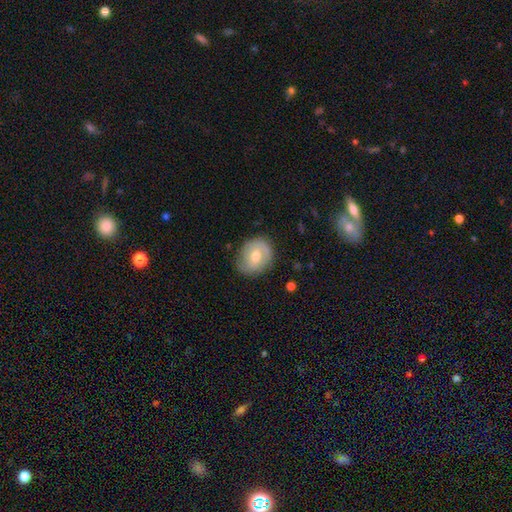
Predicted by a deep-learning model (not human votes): smooth 54%, featured or disk 38%, star or artifact 8%. Down the decision tree: how rounded — round (70%); merging — none (78%).